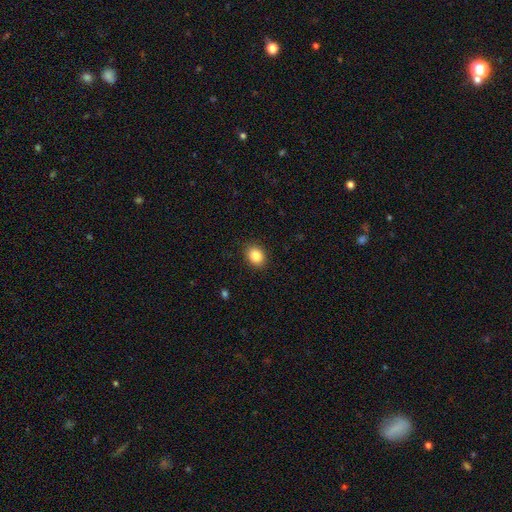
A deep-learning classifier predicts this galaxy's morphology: This is clearly a smooth galaxy (86%). How rounded: possibly in between (55%). Merging: clearly none (90%).